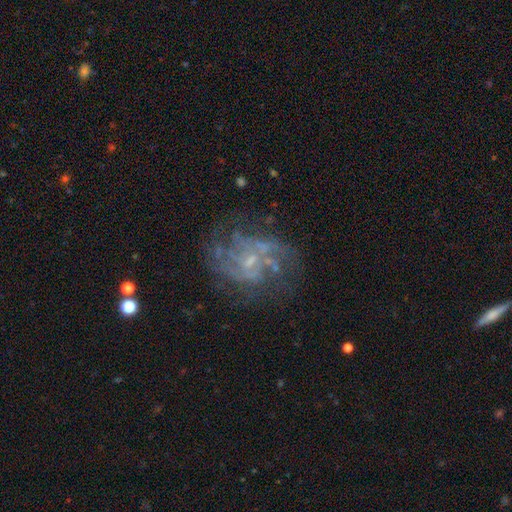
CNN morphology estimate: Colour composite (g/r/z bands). It shows a featured or disk galaxy (76%) with no bar (64%), medium (44%) spiral arms (89%) and a small central bulge (71%). Merging: none (69%).